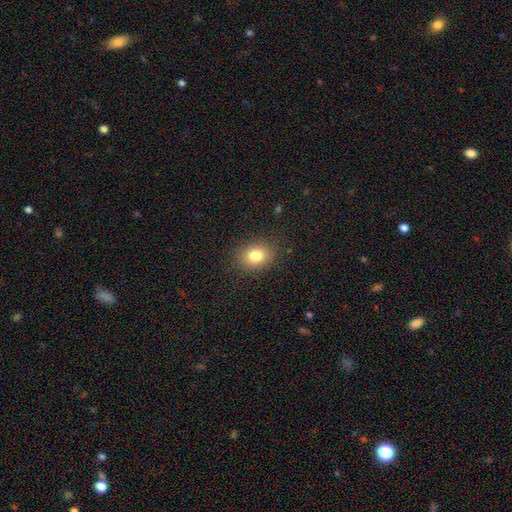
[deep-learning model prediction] smooth 79%, star or artifact 12%, featured or disk 9%. Down the decision tree: how rounded — in between (53%); merging — none (86%).